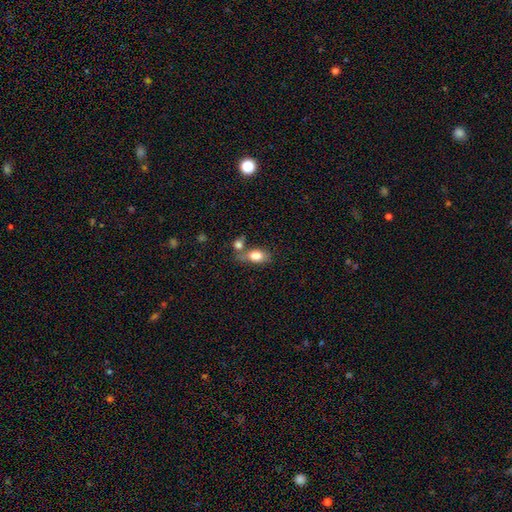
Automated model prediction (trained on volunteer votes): The model was most divided on "merging": merger: 39%, none: 37%, minor disturbance: 15%, major disturbance: 8%. More confident: how rounded — in between (85%); smooth or featured — smooth (81%).